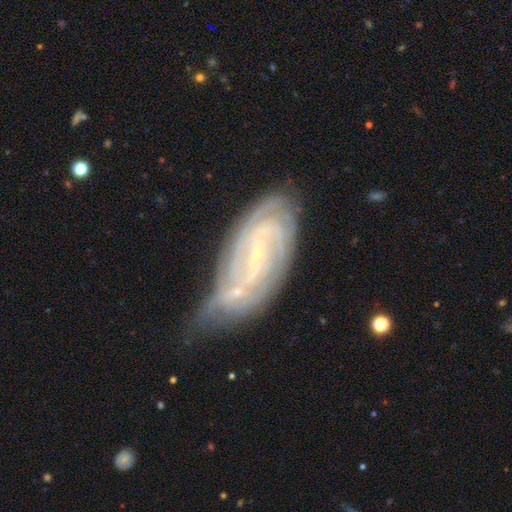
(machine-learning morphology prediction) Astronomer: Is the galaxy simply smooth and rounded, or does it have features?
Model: featured or disk — 84%.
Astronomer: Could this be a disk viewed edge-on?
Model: no — 94%.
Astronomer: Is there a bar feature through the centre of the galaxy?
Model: weak — 44% (runner-up: strong, 29%).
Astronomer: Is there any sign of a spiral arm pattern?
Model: yes — 94%.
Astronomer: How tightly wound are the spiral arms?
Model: tight — 54% (runner-up: medium, 34%).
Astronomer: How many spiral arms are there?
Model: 2 — 39% (runner-up: can't tell, 27%).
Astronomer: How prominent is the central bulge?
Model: small — 83%.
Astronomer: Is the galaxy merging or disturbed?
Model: none — 48% (runner-up: minor disturbance, 31%).